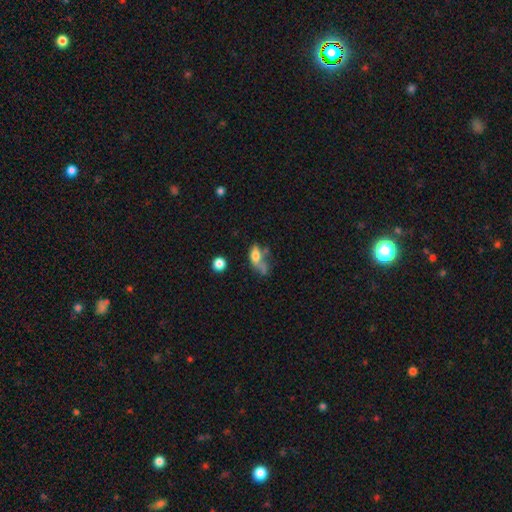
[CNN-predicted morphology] A smooth galaxy with no disk features (65%) that is in between round and cigar-shaped (74%). Merging: major disturbance (33%).